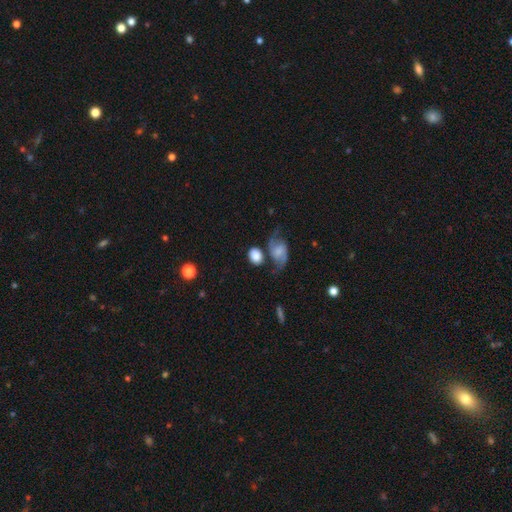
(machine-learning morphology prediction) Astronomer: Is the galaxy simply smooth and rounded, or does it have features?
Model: smooth — 69%.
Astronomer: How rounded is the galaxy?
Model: in between — 53% (runner-up: round, 45%).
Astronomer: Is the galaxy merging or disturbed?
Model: none — 56%.